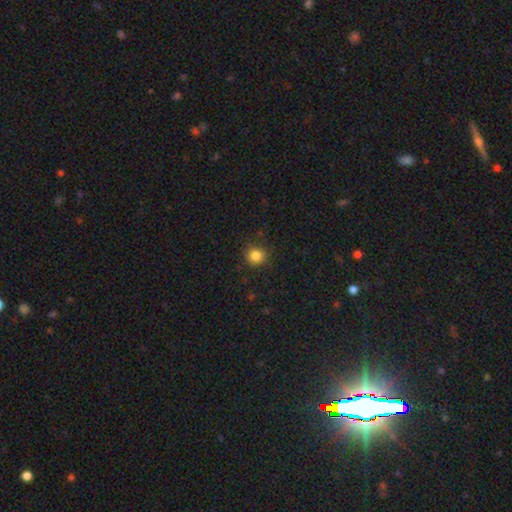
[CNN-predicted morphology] The model was most divided on "smooth or featured": smooth: 84%, star or artifact: 12%, featured or disk: 4%. More confident: how rounded — round (91%); merging — none (88%).